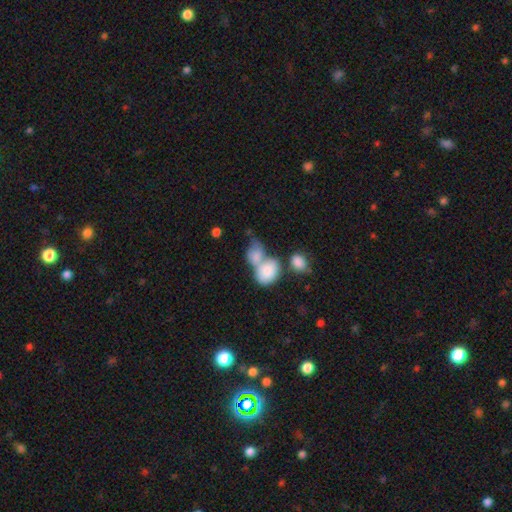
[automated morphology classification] A smooth galaxy with no disk features (78%) that is in between round and cigar-shaped (73%). Merging: merger (70%).